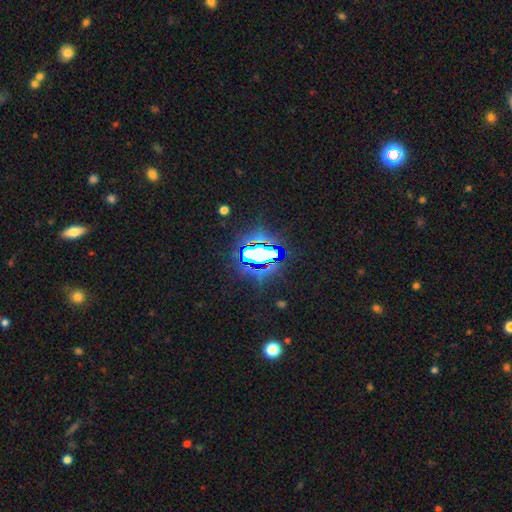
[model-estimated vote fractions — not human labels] Morphology: type=star or artifact (82%).